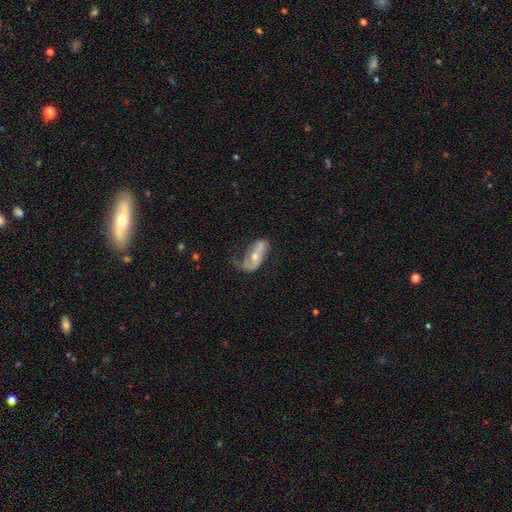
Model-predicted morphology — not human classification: type=featured or disk (58%); edge-on=no (89%); bar=no (52%); spiral arms=yes (70%); bulge=moderate (51%); merging=none (38%).